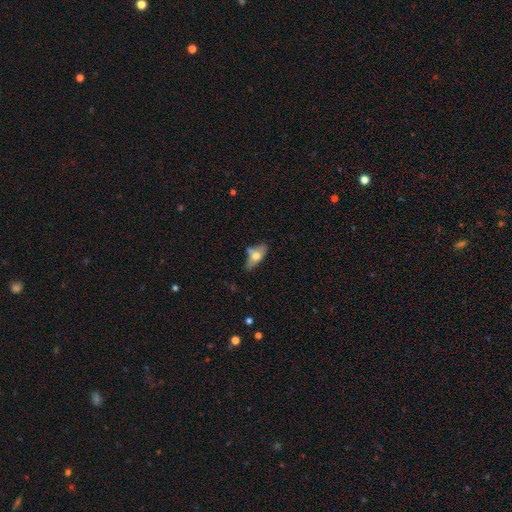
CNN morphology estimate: smooth 60%, featured or disk 33%, star or artifact 7%. Down the decision tree: how rounded — in between (78%); merging — none (53%).